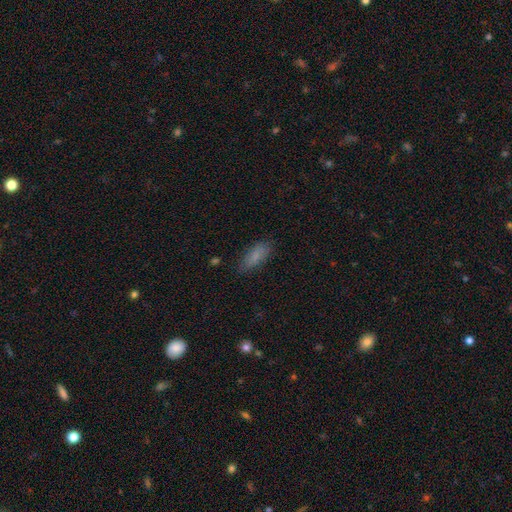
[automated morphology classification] Overall: smooth (79%). How rounded: in between (73%). Merging: none (77%).